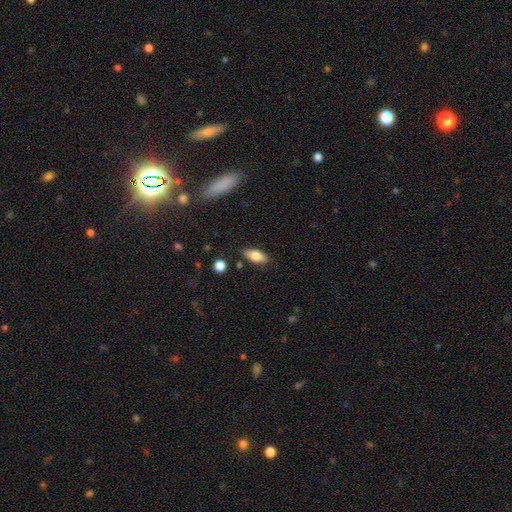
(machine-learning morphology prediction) Smooth or featured? Predicted: smooth (p=0.78). How rounded? Predicted: in between (p=0.85). Merging? Predicted: none (p=0.81).